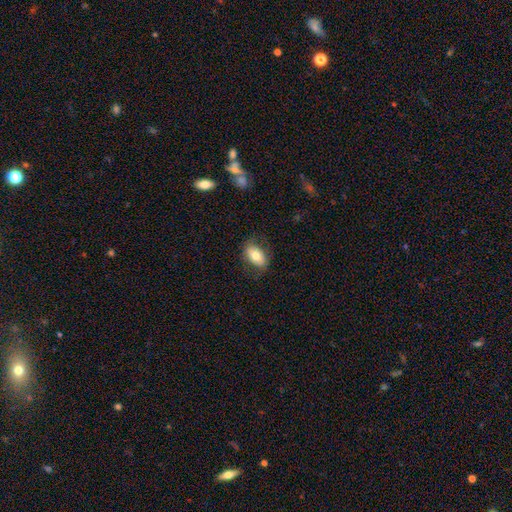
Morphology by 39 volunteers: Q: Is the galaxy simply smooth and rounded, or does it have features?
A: smooth — 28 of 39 (72%).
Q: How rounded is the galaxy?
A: in between — 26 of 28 (93%).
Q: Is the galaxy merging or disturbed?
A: none — 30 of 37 (81%).